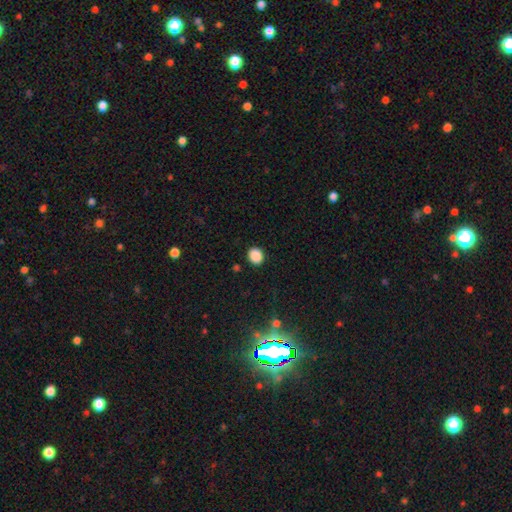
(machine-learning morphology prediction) Smooth or featured? smooth (87%)
How rounded? round (73%)
Merging? none (90%)